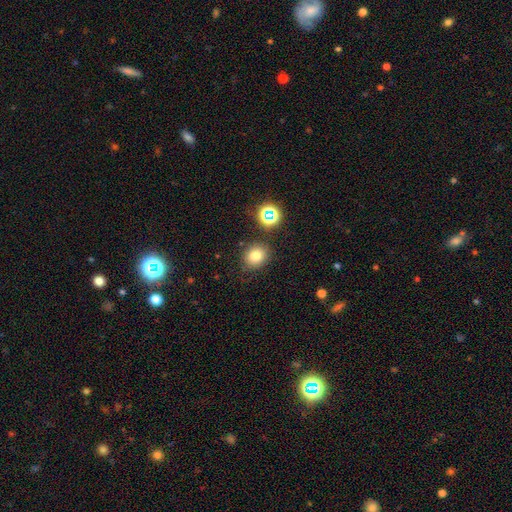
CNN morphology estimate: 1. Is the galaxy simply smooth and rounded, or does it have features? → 76% smooth, 16% star or artifact, 8% featured or disk.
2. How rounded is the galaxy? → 71% round, 28% in between, 1% cigar-shaped.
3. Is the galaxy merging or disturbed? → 82% none, 11% minor disturbance, 4% merger, 3% major disturbance.